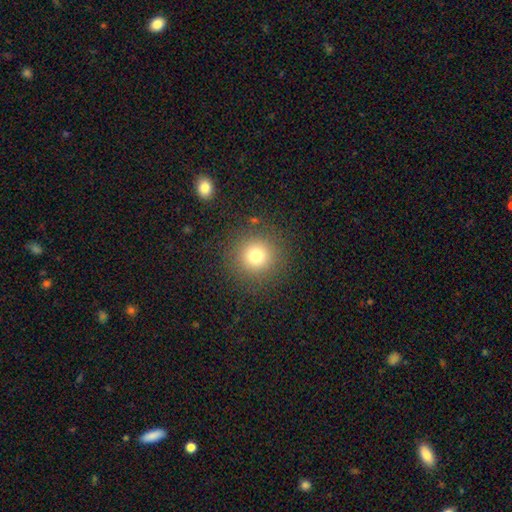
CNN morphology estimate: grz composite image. It shows a smooth galaxy with no disk features (75%) that is round (94%). Merging: none (88%).